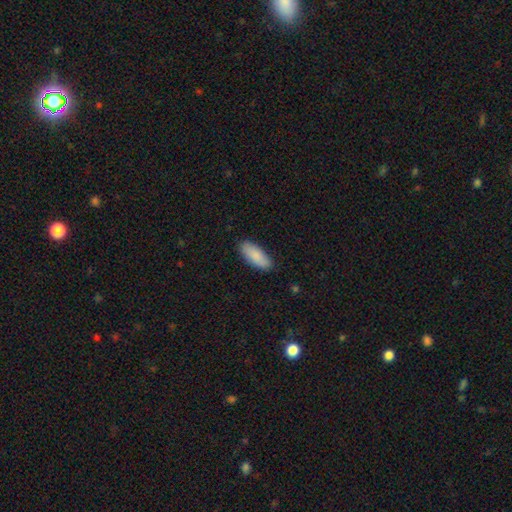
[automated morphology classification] This appears to be a smooth galaxy with no disk features (88%) that is in between round and cigar-shaped (78%). Merging: none (86%).